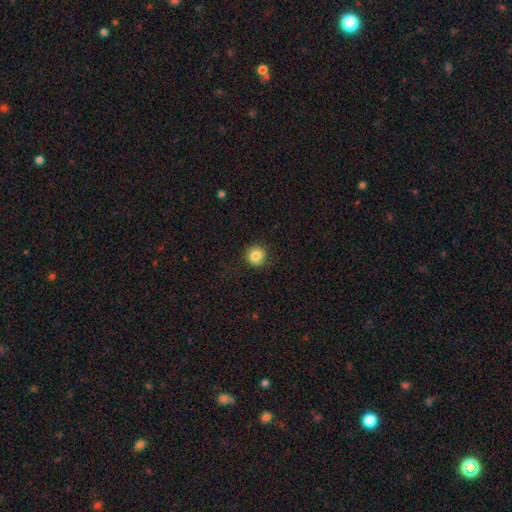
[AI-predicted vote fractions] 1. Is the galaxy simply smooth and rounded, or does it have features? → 84% smooth, 10% star or artifact, 6% featured or disk.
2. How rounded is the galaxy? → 93% round, 6% in between, 1% cigar-shaped.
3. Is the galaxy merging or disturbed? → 90% none, 7% minor disturbance, 2% major disturbance, 1% merger.